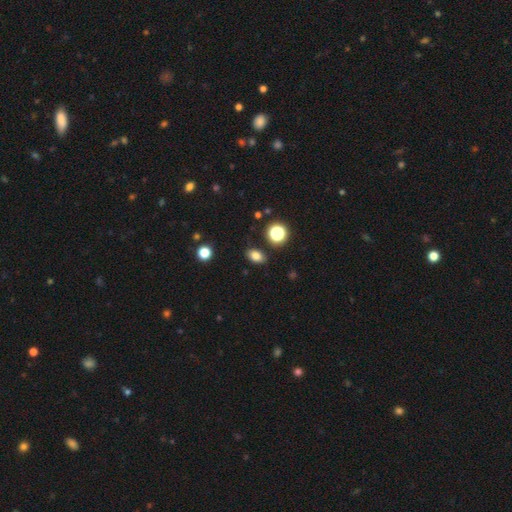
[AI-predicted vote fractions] Overall: smooth (80%). How rounded: in between (78%). Merging: none (86%).